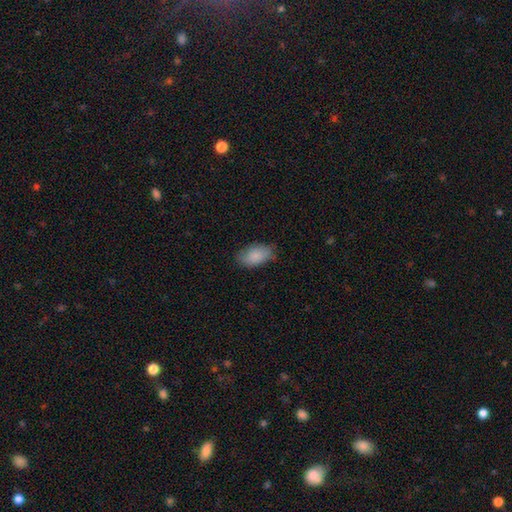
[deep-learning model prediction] This is clearly a smooth galaxy (86%). How rounded: clearly in between (94%). Merging: likely none (75%).